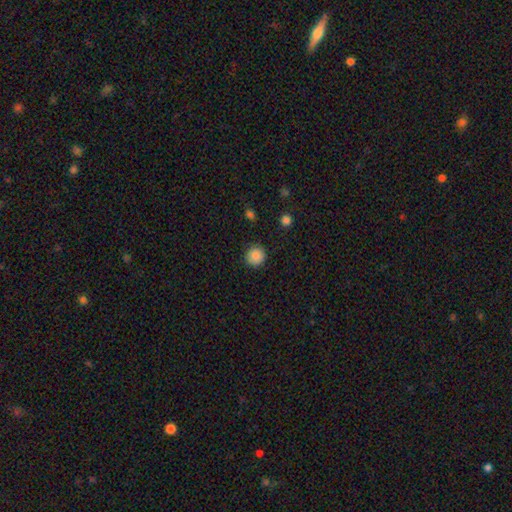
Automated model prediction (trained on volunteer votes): Q: Smooth or featured?
A: smooth (84%); runner-up: star or artifact (9%)
Q: How rounded?
A: round (92%); runner-up: in between (7%)
Q: Merging?
A: none (87%); runner-up: minor disturbance (9%)